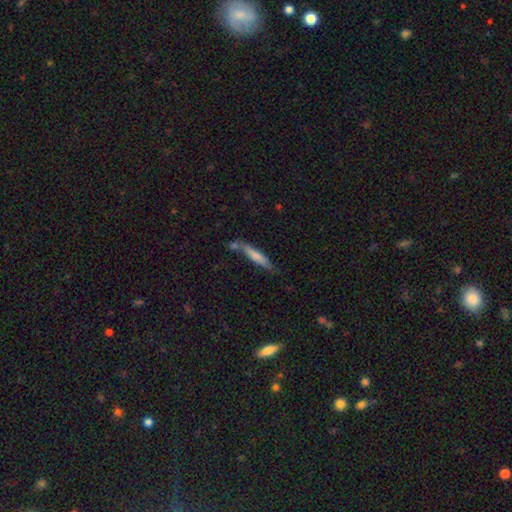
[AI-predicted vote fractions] Smooth or featured: smooth — 67% (featured or disk — 26%)
How rounded: cigar-shaped — 89% (in between — 9%)
Merging: none — 60% (minor disturbance — 19%)